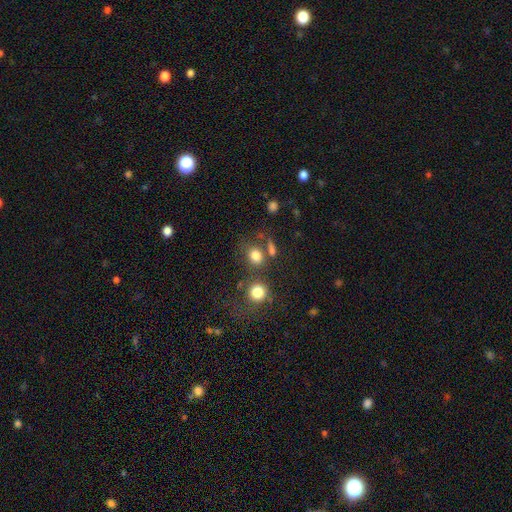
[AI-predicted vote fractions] This appears to be a smooth galaxy with no disk features (79%) that is round (60%). Merging: none (59%).